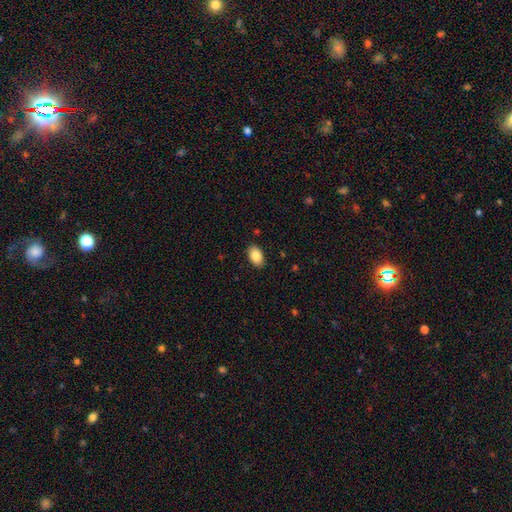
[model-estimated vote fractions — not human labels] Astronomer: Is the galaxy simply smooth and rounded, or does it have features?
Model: smooth — 87%.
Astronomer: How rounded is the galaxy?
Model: in between — 92%.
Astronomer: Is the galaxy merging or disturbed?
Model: none — 88%.